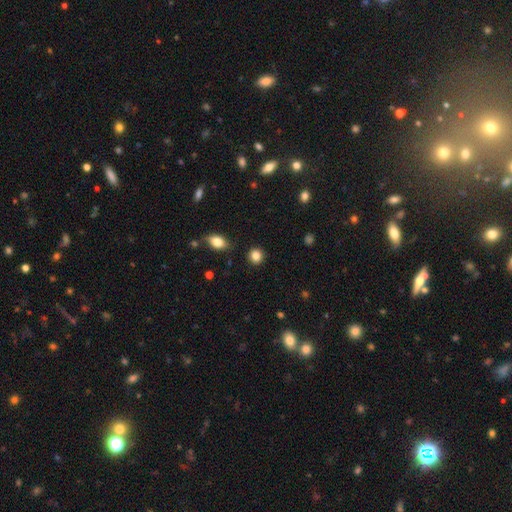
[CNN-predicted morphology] Smooth or featured: smooth — 85% (star or artifact — 10%)
How rounded: round — 88% (in between — 11%)
Merging: none — 90% (minor disturbance — 6%)